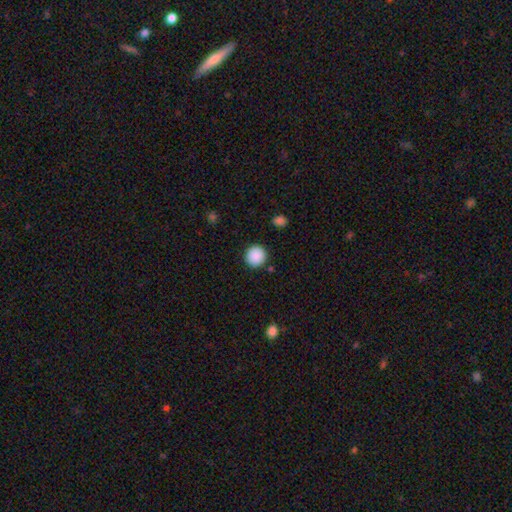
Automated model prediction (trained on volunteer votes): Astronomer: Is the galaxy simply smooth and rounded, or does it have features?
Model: smooth — 89%.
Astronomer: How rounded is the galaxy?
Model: round — 94%.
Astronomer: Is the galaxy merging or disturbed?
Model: none — 90%.